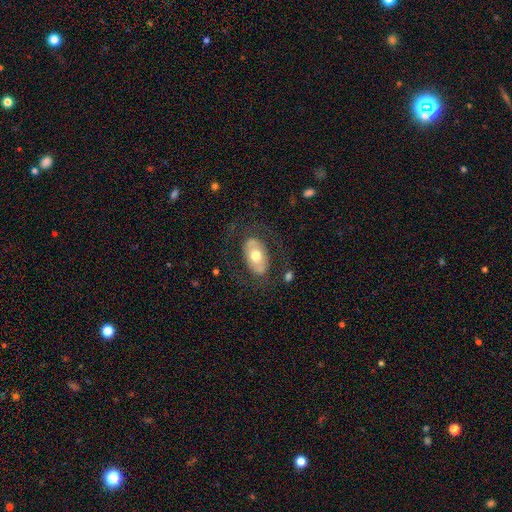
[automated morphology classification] This is possibly a smooth galaxy (51%). How rounded: clearly in between (92%). Merging: likely none (73%).